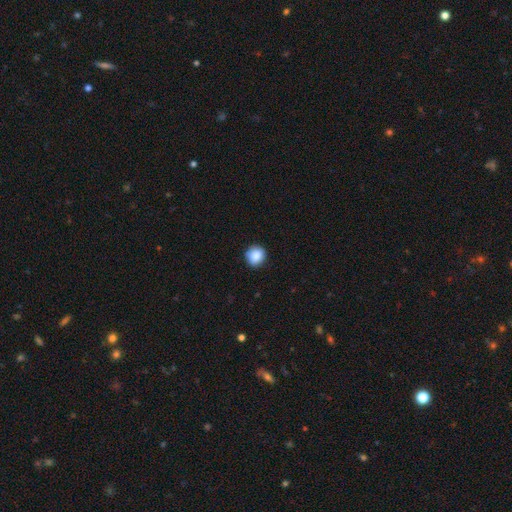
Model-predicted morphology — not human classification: Overall: smooth (87%). How rounded: round (90%). Merging: none (87%).